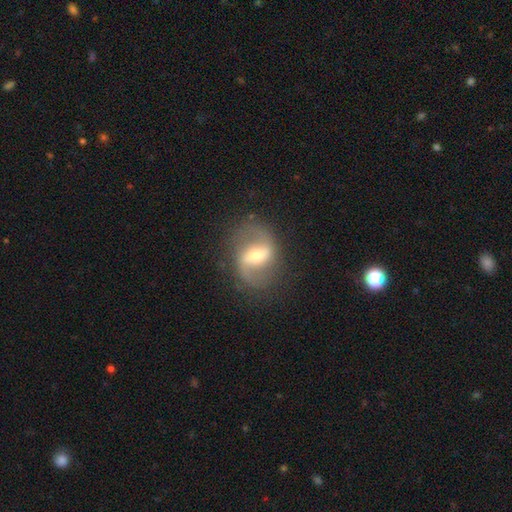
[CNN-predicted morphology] This is clearly a featured or disk galaxy (83%). It is clearly not viewed edge-on (97%). Bar: marginally strong (44%). Spiral arm pattern: clearly yes (91%). Spiral arm count: clearly 2 (92%). Spiral winding: possibly loose (54%). Central bulge: possibly moderate (47%). Merging: clearly none (81%).